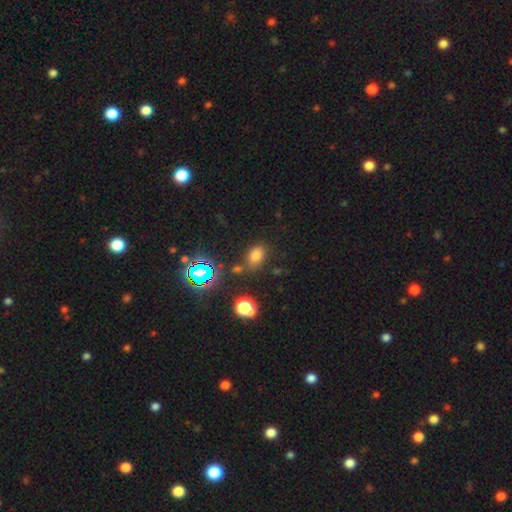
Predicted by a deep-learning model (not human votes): smooth_or_featured: smooth (p=0.69) [alt: star or artifact p=0.24]
how_rounded: in between (p=0.76) [alt: round p=0.23]
merging: none (p=0.72) [alt: minor disturbance p=0.14]